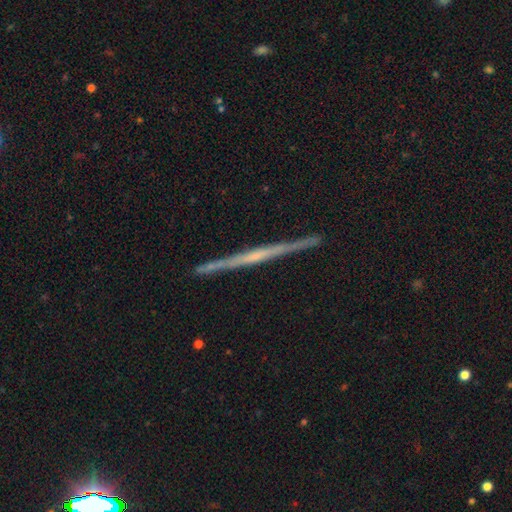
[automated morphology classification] Q: Smooth or featured?
A: featured or disk (75%); runner-up: smooth (20%)
Q: Edge-on disk?
A: yes (98%); runner-up: no (2%)
Q: Edge-on bulge?
A: none (68%); runner-up: rounded (21%)
Q: Merging?
A: none (90%); runner-up: minor disturbance (7%)